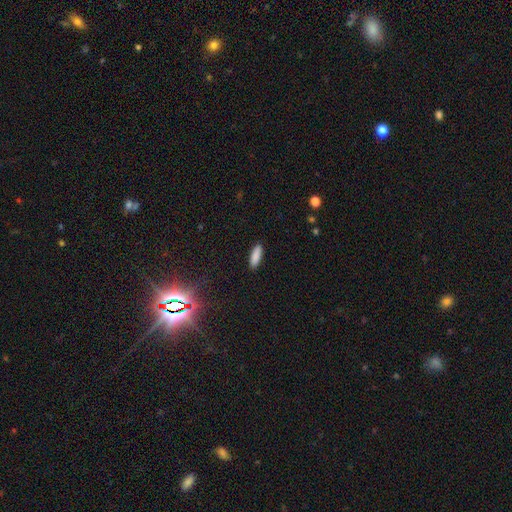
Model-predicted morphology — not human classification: smooth_or_featured: smooth (p=0.88) [alt: star or artifact p=0.08]
how_rounded: cigar-shaped (p=0.50) [alt: in between p=0.48]
merging: none (p=0.90) [alt: minor disturbance p=0.07]